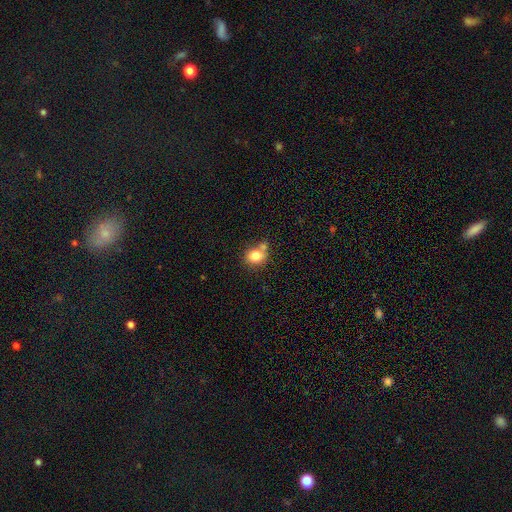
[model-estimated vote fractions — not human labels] This appears to be a smooth galaxy with no disk features (80%) that is round (65%). Merging: none (56%).